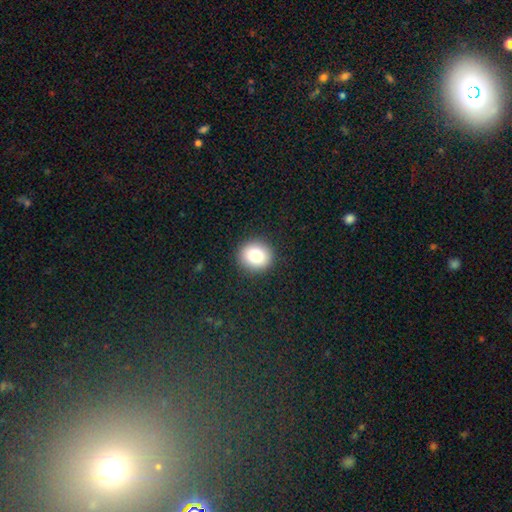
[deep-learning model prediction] A smooth galaxy with no disk features (82%) that is round (85%). Merging: none (91%).